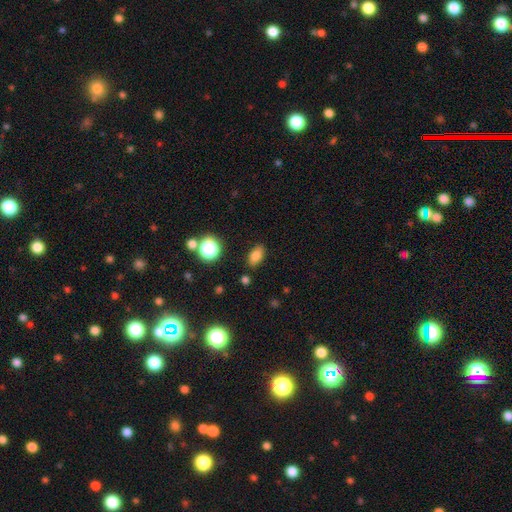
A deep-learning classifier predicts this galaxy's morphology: Smooth or featured? Predicted: smooth (p=0.79). How rounded? Predicted: in between (p=0.84). Merging? Predicted: none (p=0.84).